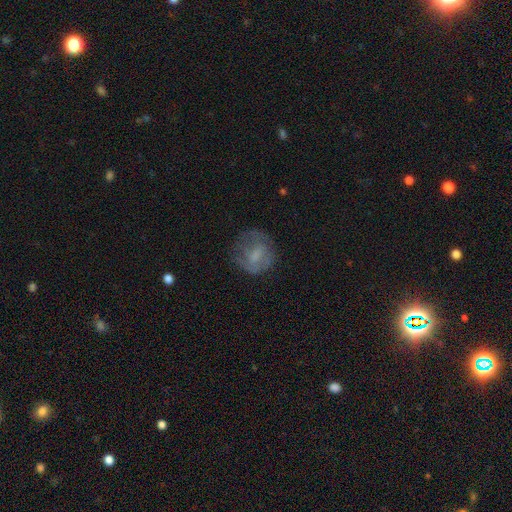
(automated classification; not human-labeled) Morphology: type=smooth (53%); roundness=round (77%); merging=none (58%).